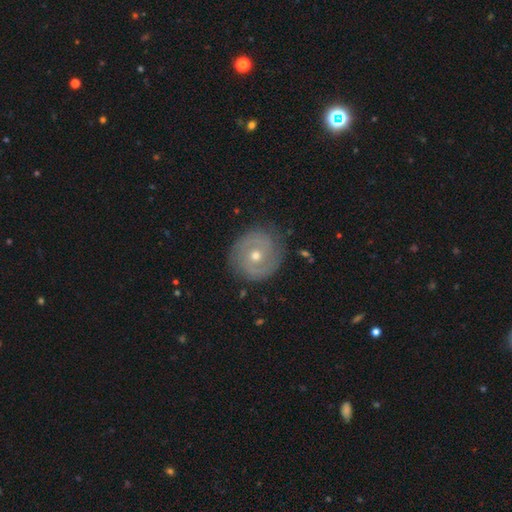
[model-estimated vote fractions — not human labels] A featured or disk galaxy (70%) with no bar (71%), 2 (64%) tight (61%) spiral arms (79%) and a moderate central bulge (60%). Merging: none (84%).